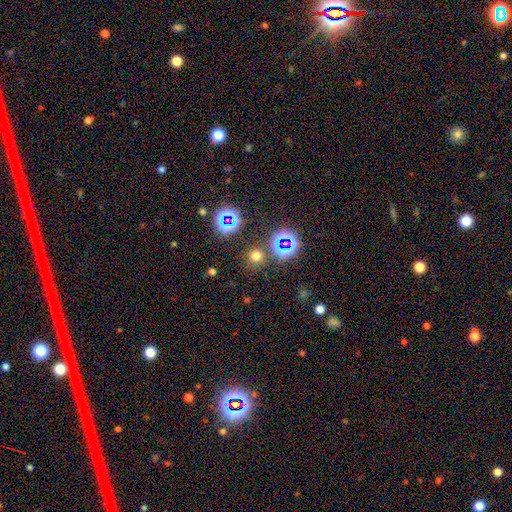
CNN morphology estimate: This appears to be a smooth galaxy with no disk features (62%) that is round (92%). Merging: none (85%).